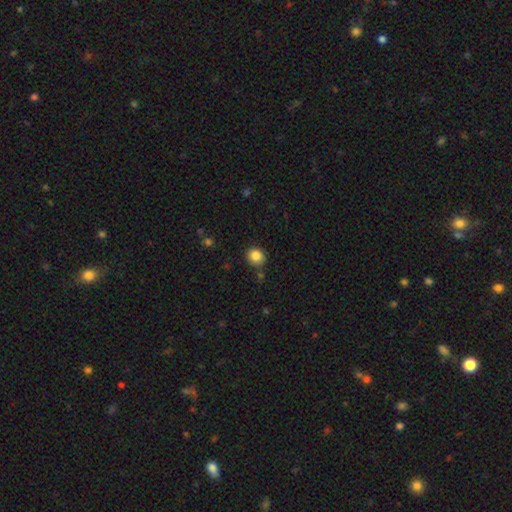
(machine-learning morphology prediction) smooth_or_featured: smooth (p=0.85) [alt: star or artifact p=0.10]
how_rounded: round (p=0.81) [alt: in between p=0.18]
merging: none (p=0.83) [alt: minor disturbance p=0.10]